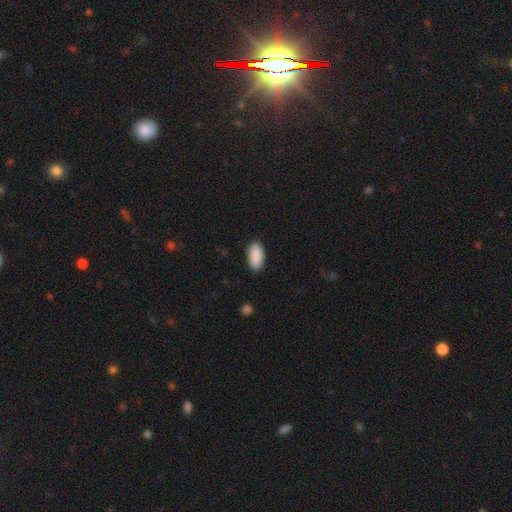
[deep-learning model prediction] smooth-or-featured: smooth: 91% | star or artifact: 6% | featured or disk: 3%
  how-rounded: in between: 94% | cigar-shaped: 4% | round: 2%
  merging: none: 89% | minor disturbance: 8% | major disturbance: 2% | merger: 1%